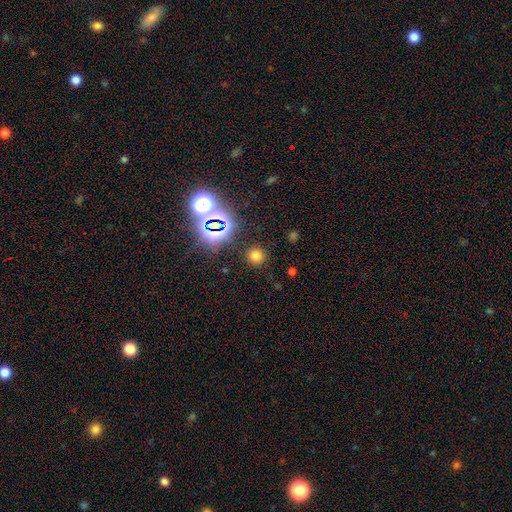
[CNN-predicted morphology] This appears to be a smooth galaxy with no disk features (68%) that is round (93%). Merging: none (88%).